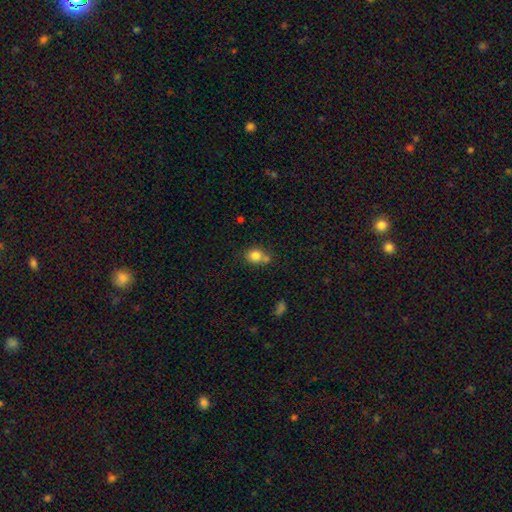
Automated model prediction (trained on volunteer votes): Morphology: type=smooth (82%); roundness=round (56%); merging=none (51%).